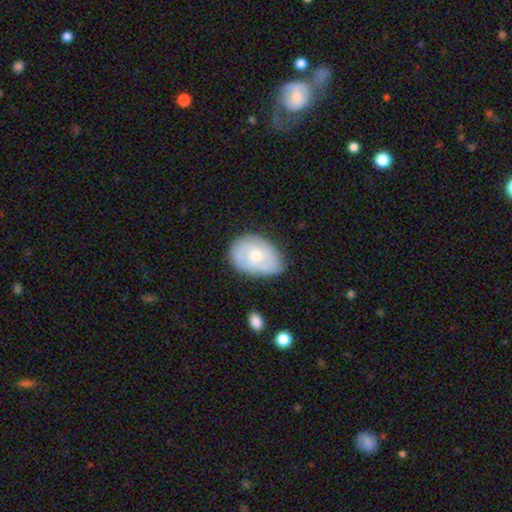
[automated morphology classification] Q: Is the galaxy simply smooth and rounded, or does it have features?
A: featured or disk — 55%.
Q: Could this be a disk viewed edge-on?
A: no — 96%.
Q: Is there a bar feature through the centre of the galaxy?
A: no — 78%.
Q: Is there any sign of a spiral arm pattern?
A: yes — 67%.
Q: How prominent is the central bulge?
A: moderate — 56%.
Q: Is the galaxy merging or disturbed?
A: none — 63%.